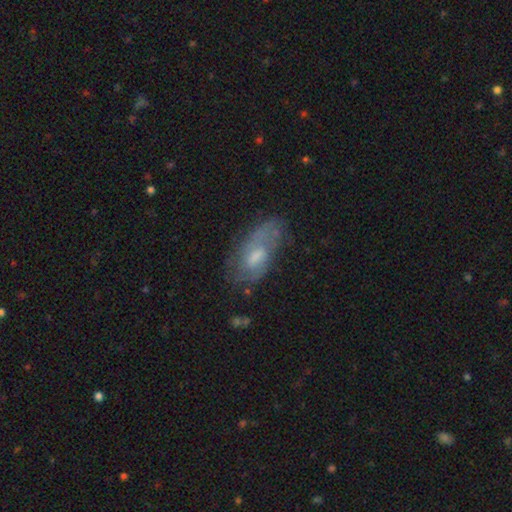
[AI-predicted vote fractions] smooth-or-featured: featured or disk: 57% | smooth: 35% | star or artifact: 8%
  disk-edge-on: no: 90% | yes: 10%
    bar: no: 47% | weak: 45% | strong: 8%
    has-spiral-arms: yes: 70% | no: 30%
    bulge-size: moderate: 51% | small: 27% | none: 10% | large: 10% | dominant: 1%
  merging: none: 56% | minor disturbance: 26% | major disturbance: 15% | merger: 3%